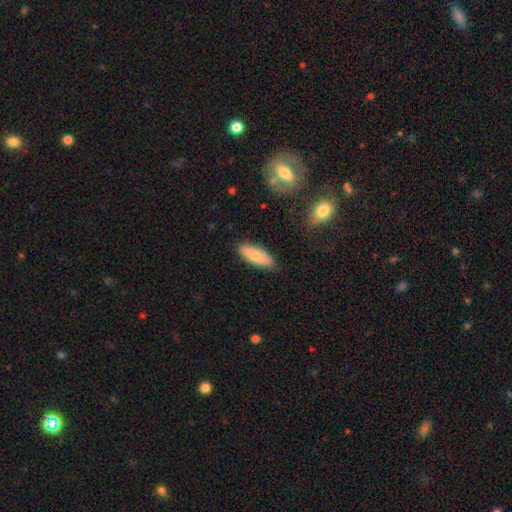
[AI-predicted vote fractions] A smooth galaxy with no disk features (75%) that is in between round and cigar-shaped (71%). Merging: none (83%).